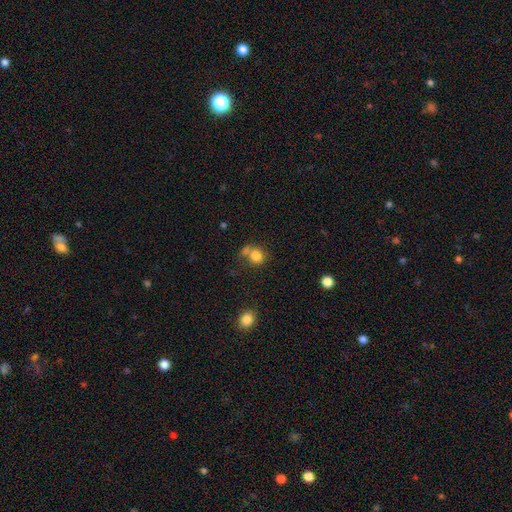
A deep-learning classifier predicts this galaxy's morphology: Overall: smooth (82%). How rounded: round (76%). Merging: none (48%; merger 35%).